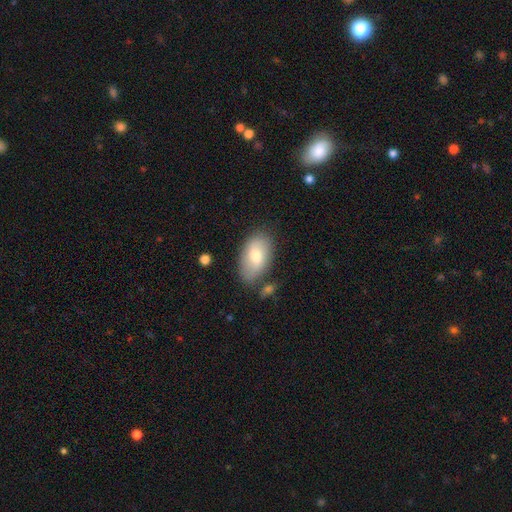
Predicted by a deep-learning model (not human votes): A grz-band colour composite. It shows a smooth galaxy with no disk features (69%) that is in between round and cigar-shaped (92%). Merging: none (76%).